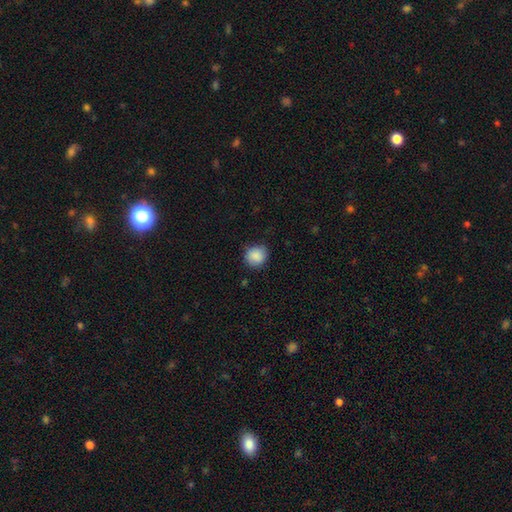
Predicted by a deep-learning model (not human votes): This appears to be a smooth galaxy with no disk features (88%) that is round (85%). Merging: none (80%).